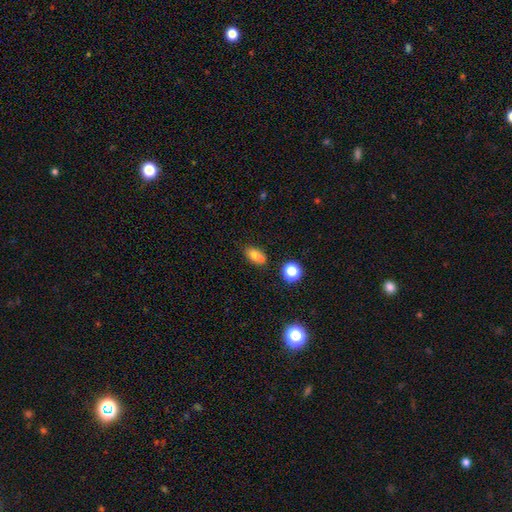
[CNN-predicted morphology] Overall: smooth (72%). How rounded: in between (75%). Merging: none (50%; merger 32%).